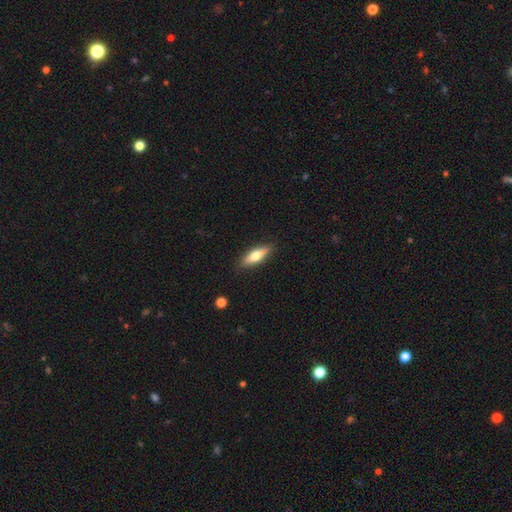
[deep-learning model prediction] A smooth galaxy with no disk features (61%) that is in between round and cigar-shaped (50%).

Vote fractions:
- Smooth or featured? smooth: 61% / featured or disk: 33% / star or artifact: 6%
- How rounded? in between: 50% / cigar-shaped: 47% / round: 2%
- Merging? none: 88% / minor disturbance: 9% / major disturbance: 2% / merger: 1%